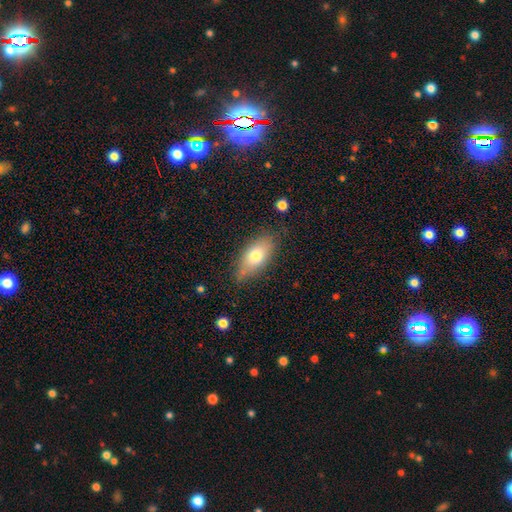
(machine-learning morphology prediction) A smooth galaxy with no disk features (73%) that is in between round and cigar-shaped (86%). Merging: none (74%).